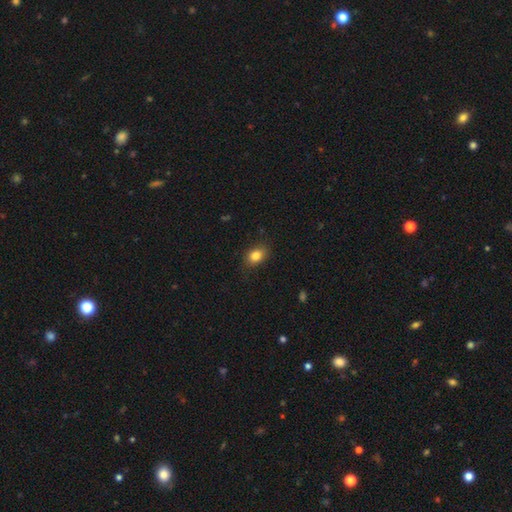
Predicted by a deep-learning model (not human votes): A smooth galaxy with no disk features (83%) that is in between round and cigar-shaped (69%). Merging: none (82%).